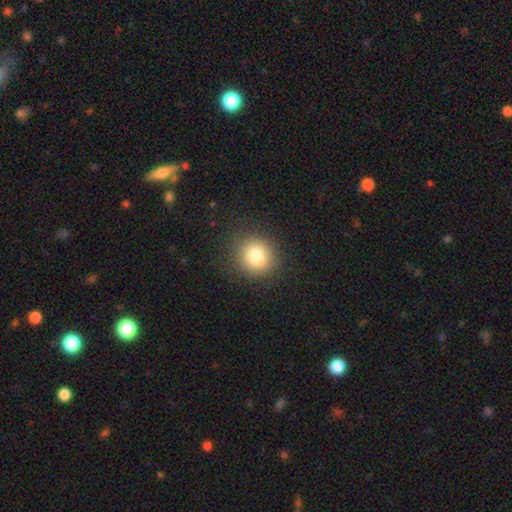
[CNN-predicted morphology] This appears to be a smooth galaxy with no disk features (79%) that is round (82%). Merging: none (82%).